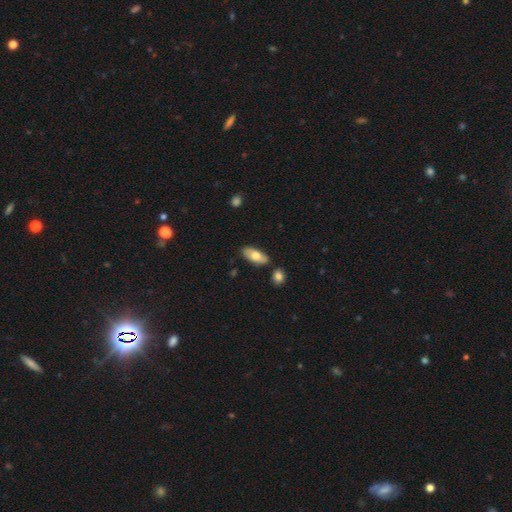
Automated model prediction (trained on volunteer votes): smooth-or-featured: smooth: 70% | featured or disk: 24% | star or artifact: 6%
  how-rounded: in between: 86% | cigar-shaped: 12% | round: 2%
  merging: none: 81% | minor disturbance: 11% | merger: 6% | major disturbance: 2%